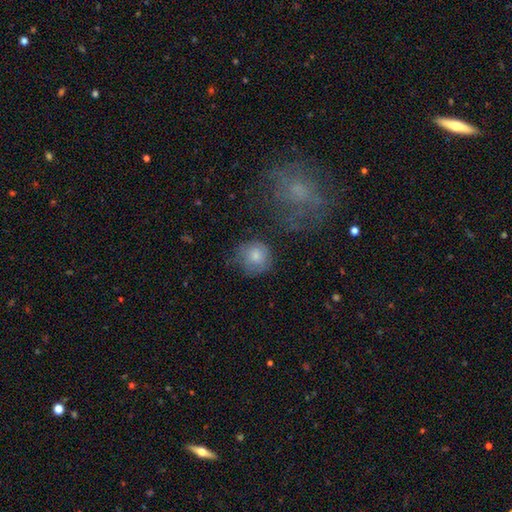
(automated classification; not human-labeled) A smooth galaxy with no disk features (76%) that is round (87%).

Vote fractions:
- Smooth or featured? smooth: 76% / featured or disk: 15% / star or artifact: 9%
- How rounded? round: 87% / in between: 12% / cigar-shaped: 1%
- Merging? none: 62% / minor disturbance: 24% / major disturbance: 11% / merger: 3%